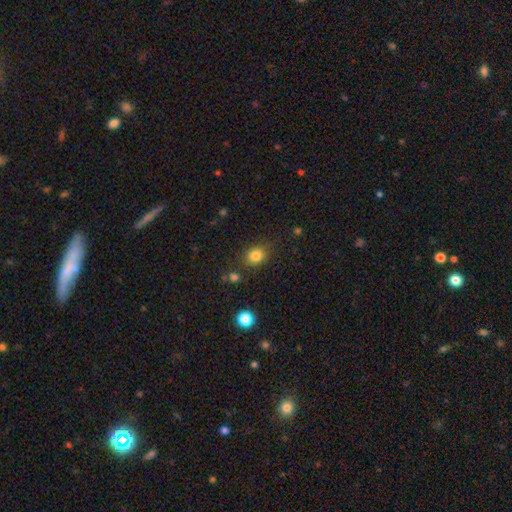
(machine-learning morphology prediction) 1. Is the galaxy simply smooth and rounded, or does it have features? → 83% smooth, 12% star or artifact, 5% featured or disk.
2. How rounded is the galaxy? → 60% round, 39% in between, 1% cigar-shaped.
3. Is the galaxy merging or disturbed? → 80% none, 12% minor disturbance, 4% major disturbance, 4% merger.